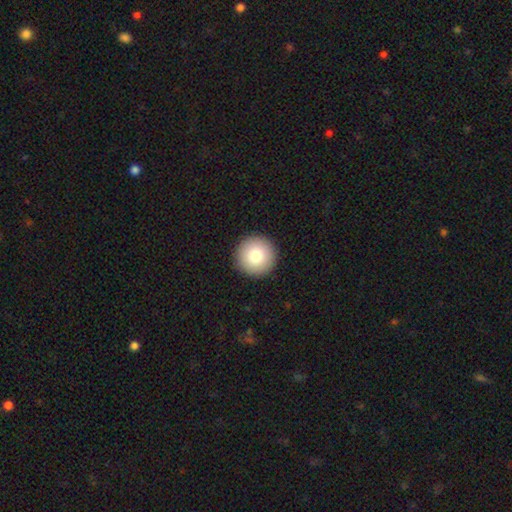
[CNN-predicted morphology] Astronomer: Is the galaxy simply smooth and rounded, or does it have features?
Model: smooth — 81%.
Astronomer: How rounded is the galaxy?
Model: round — 97%.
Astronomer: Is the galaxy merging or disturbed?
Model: none — 93%.